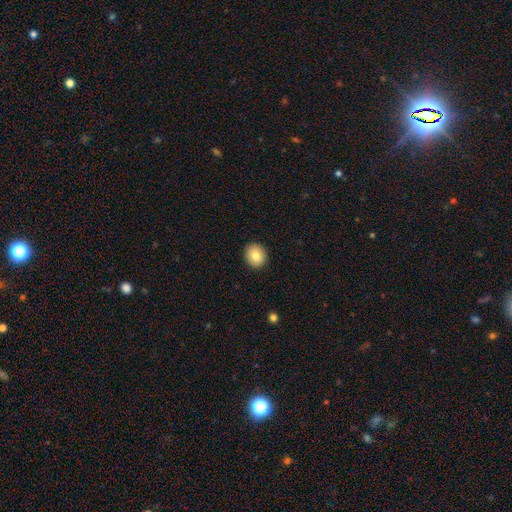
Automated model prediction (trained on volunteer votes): Morphology: type=smooth (82%); roundness=round (79%); merging=none (91%).